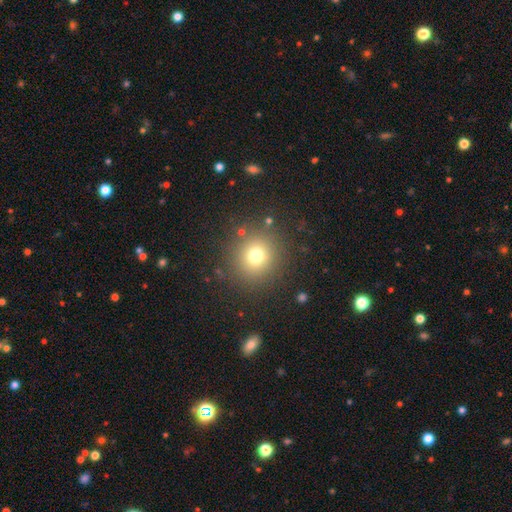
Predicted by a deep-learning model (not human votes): Overall: smooth (73%). How rounded: round (92%). Merging: none (86%).